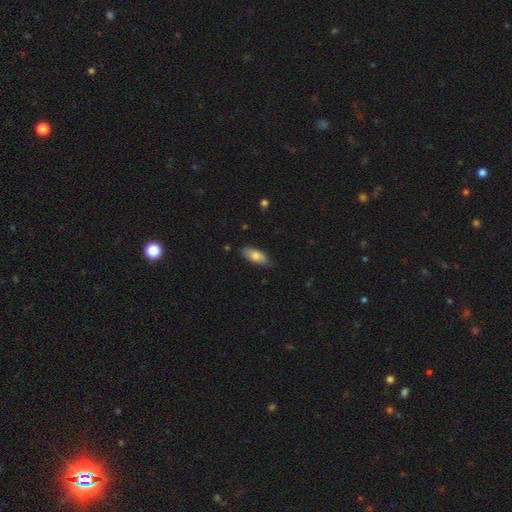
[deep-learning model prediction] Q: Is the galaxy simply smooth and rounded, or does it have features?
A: smooth — 80%.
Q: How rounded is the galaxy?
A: in between — 84%.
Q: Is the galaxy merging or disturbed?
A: none — 81%.